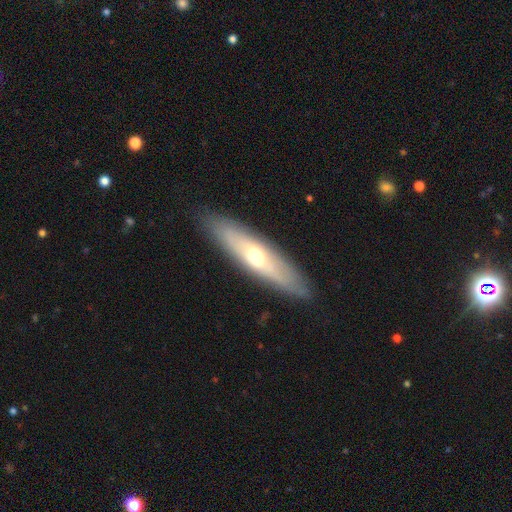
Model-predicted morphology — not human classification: The model was most divided on "smooth or featured": featured or disk: 54%, smooth: 40%, star or artifact: 6%. More confident: merging — none (87%); edge-on disk — yes (58%).